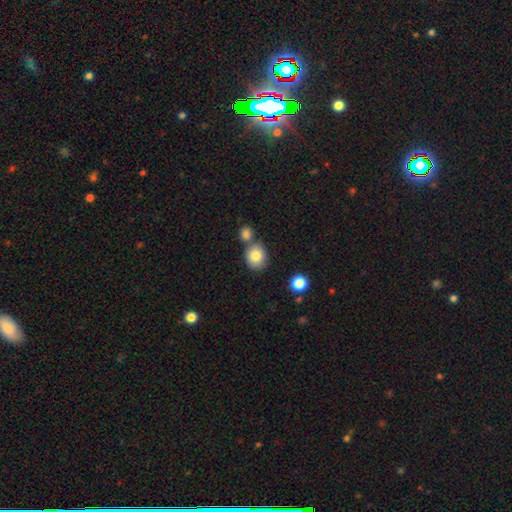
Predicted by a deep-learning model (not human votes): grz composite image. It shows a smooth galaxy with no disk features (83%) that is round (72%). Merging: none (63%).